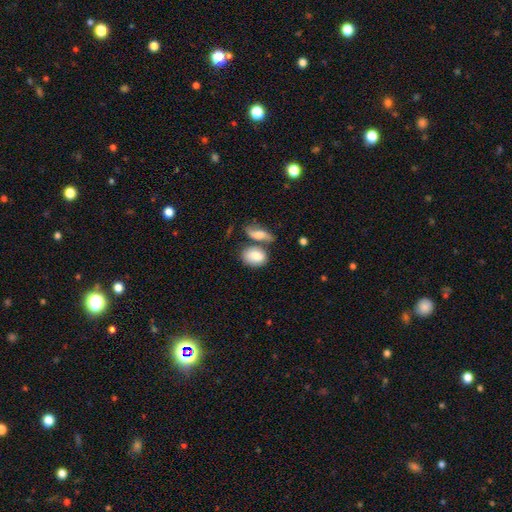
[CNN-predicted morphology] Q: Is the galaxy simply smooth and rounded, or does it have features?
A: smooth — 81%.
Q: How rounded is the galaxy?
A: in between — 78%.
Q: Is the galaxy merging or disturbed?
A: none — 45%.